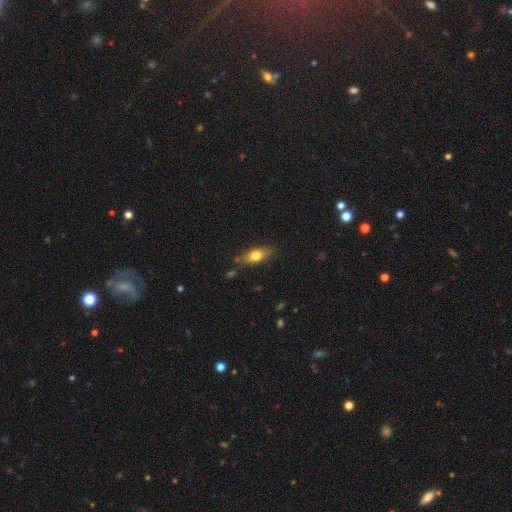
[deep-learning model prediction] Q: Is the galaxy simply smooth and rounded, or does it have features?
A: smooth — 75%.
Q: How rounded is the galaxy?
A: in between — 80%.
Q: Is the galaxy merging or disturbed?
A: none — 77%.